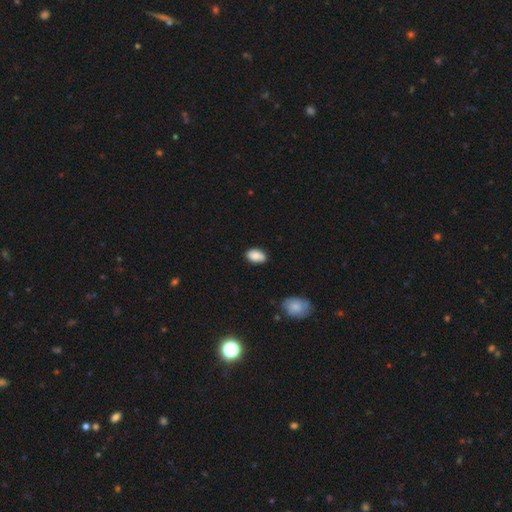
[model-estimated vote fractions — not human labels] Smooth or featured? Predicted: smooth (p=0.84). How rounded? Predicted: in between (p=0.90). Merging? Predicted: none (p=0.79).